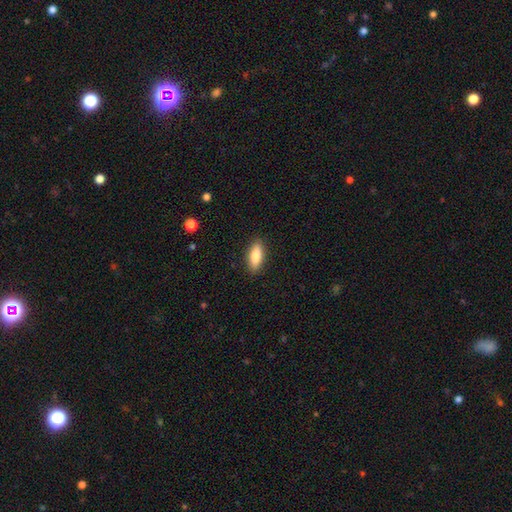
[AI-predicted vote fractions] Morphology: type=smooth (82%); roundness=in between (72%); merging=none (89%).